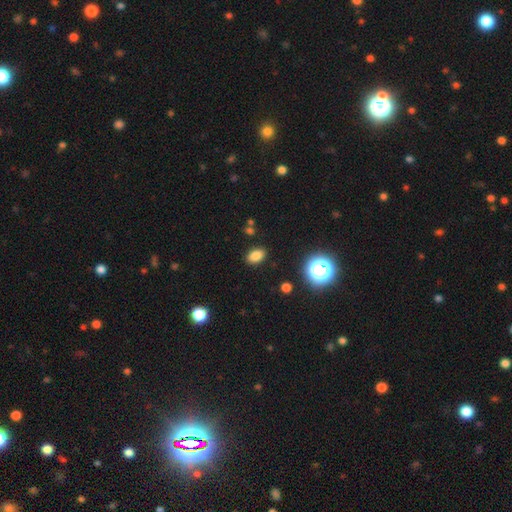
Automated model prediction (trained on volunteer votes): smooth-or-featured: smooth: 80% | star or artifact: 14% | featured or disk: 6%
  how-rounded: in between: 83% | round: 15% | cigar-shaped: 2%
  merging: none: 88% | minor disturbance: 8% | major disturbance: 2% | merger: 2%